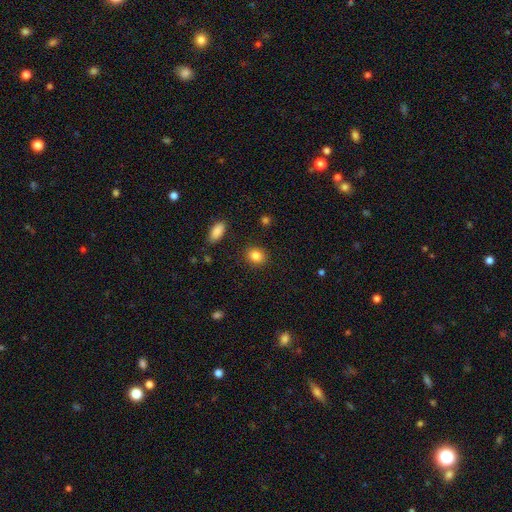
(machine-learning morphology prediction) This is clearly a smooth galaxy (85%). How rounded: likely round (61%). Merging: clearly none (89%).